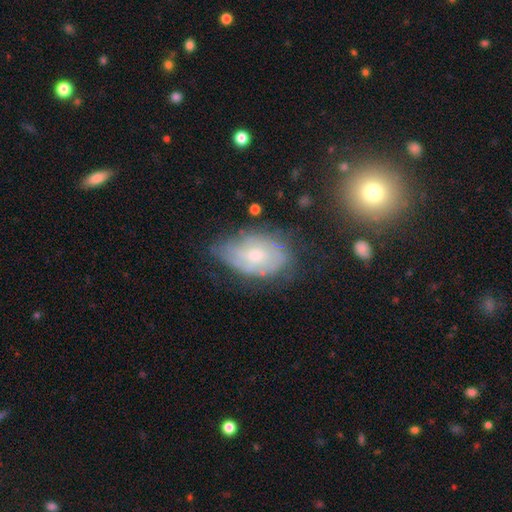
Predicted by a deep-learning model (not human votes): This appears to be a featured or disk galaxy (58%) with no bar (72%), spiral arms (72%) and a moderate central bulge (55%). Merging: none (55%).